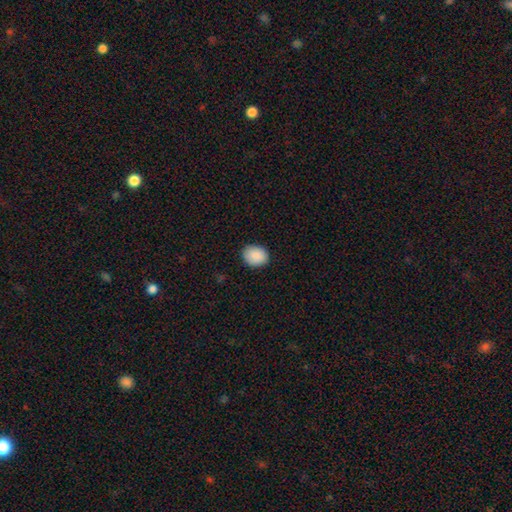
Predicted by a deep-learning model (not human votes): smooth 89%, star or artifact 7%, featured or disk 3%. Down the decision tree: how rounded — round (60%); merging — none (87%).